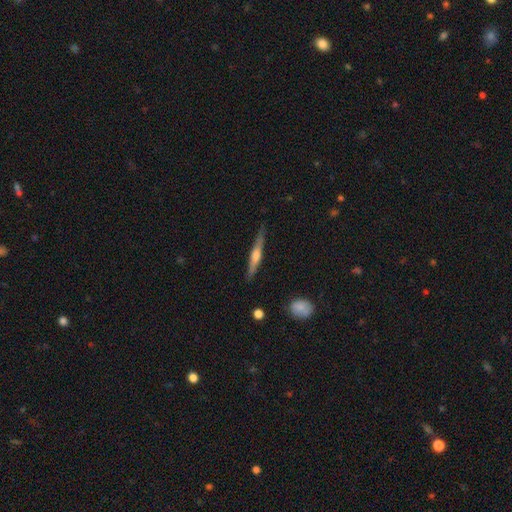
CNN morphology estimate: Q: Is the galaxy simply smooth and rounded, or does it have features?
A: featured or disk — 61%.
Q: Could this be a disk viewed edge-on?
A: yes — 97%.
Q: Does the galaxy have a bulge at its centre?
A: rounded — 79%.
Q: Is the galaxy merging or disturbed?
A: none — 85%.